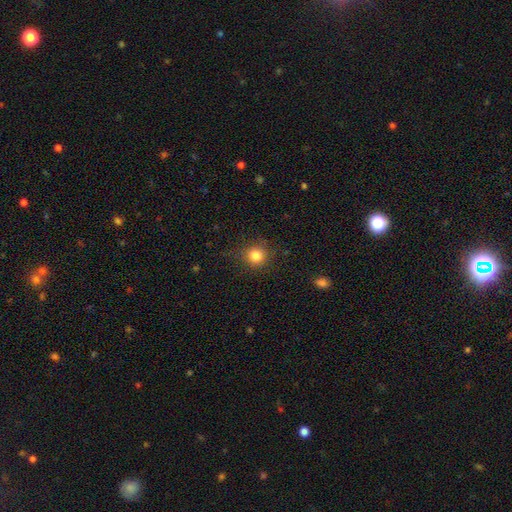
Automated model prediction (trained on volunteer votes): Morphology: type=smooth (83%); roundness=round (91%); merging=none (85%).